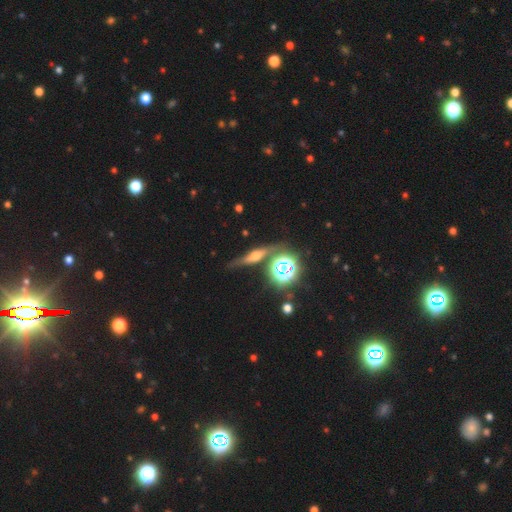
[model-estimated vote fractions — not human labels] This appears to be a featured or disk galaxy (52%) viewed edge-on (85%). Merging: none (73%).